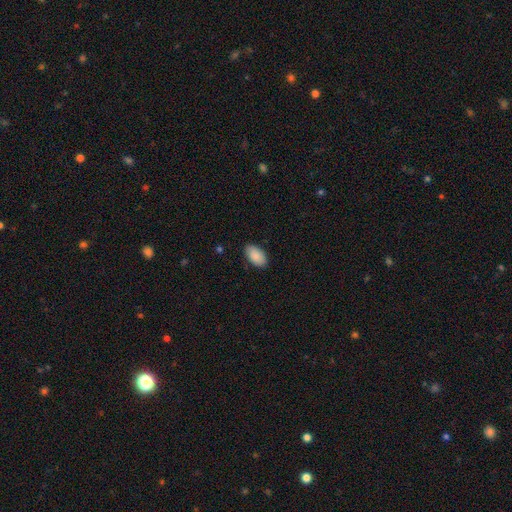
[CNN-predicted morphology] Overall: smooth (89%). How rounded: in between (95%). Merging: none (86%).